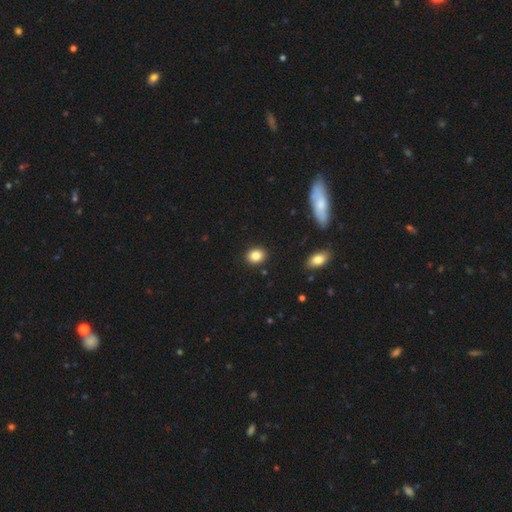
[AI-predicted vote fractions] Overall: smooth (84%). How rounded: round (59%; in between 40%). Merging: none (90%).